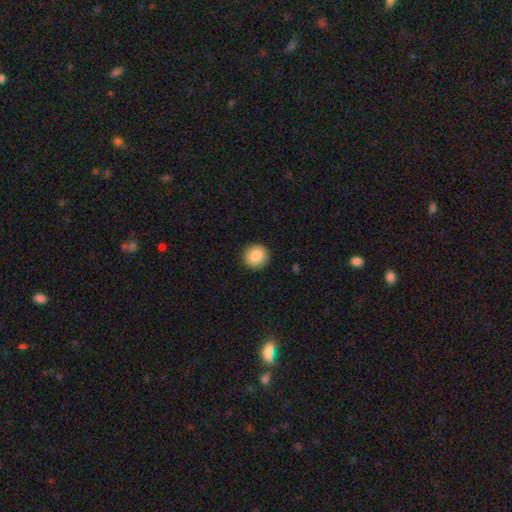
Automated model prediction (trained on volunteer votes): smooth_or_featured: smooth (p=0.86) [alt: star or artifact p=0.08]
how_rounded: round (p=0.91) [alt: in between p=0.08]
merging: none (p=0.91) [alt: minor disturbance p=0.07]